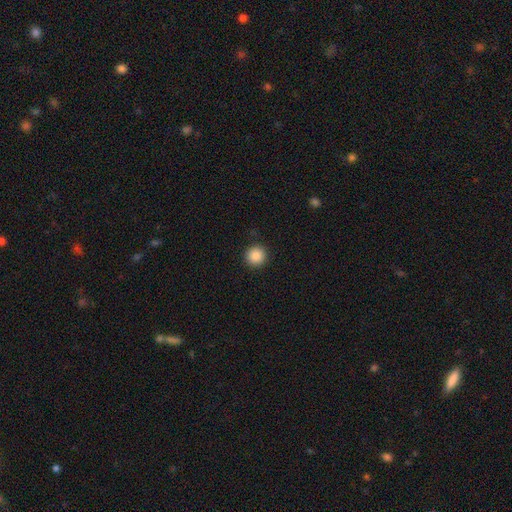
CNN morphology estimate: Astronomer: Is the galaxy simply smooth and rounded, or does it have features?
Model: smooth — 88%.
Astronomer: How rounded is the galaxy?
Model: round — 95%.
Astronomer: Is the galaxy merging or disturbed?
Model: none — 92%.